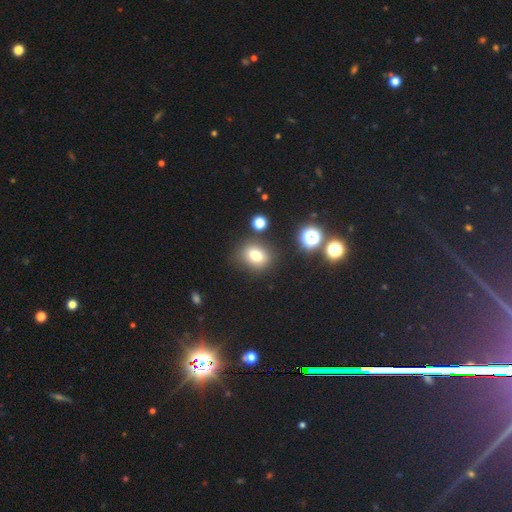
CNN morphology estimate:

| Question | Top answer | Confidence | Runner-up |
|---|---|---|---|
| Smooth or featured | smooth | 76% | star or artifact (15%) |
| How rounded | round | 52% | in between (46%) |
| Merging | none | 80% | minor disturbance (11%) |